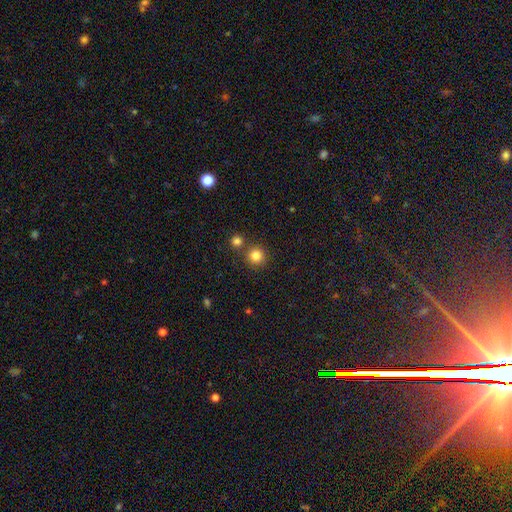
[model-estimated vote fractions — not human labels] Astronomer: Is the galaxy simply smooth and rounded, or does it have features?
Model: smooth — 83%.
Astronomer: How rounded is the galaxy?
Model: round — 93%.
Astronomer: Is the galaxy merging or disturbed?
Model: none — 78%.